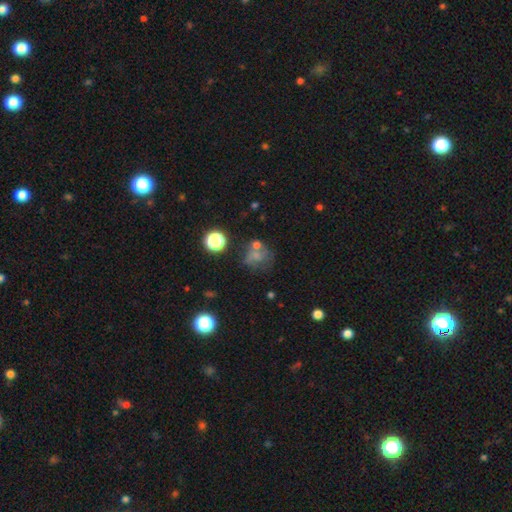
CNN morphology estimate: A smooth galaxy with no disk features (55%) that is round (70%). Merging: none (42%).